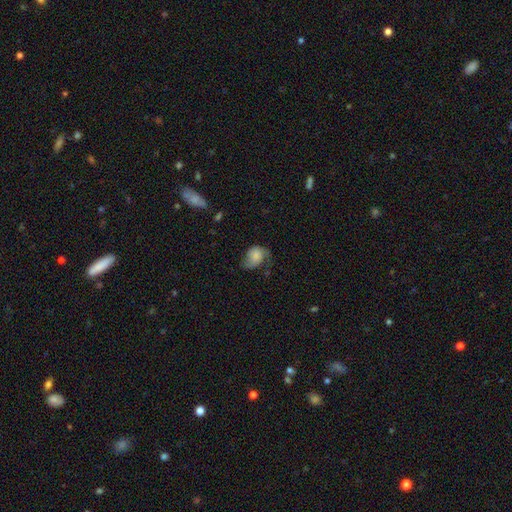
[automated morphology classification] smooth_or_featured: smooth (p=0.56) [alt: featured or disk p=0.35]
how_rounded: in between (p=0.67) [alt: round p=0.31]
merging: none (p=0.36) [alt: minor disturbance p=0.32]